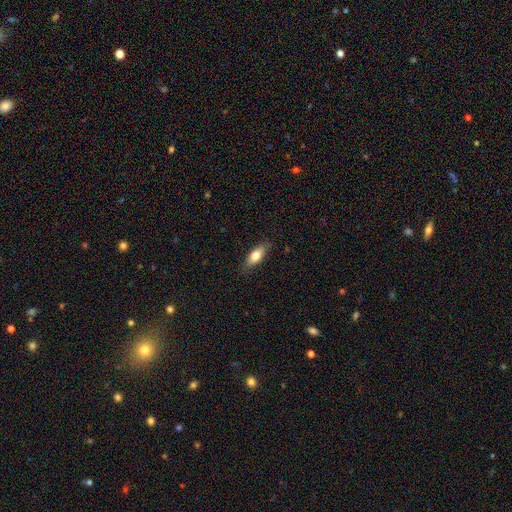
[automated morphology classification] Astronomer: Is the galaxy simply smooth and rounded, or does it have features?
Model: smooth — 75%.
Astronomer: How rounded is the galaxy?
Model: in between — 77%.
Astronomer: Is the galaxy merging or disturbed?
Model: none — 83%.